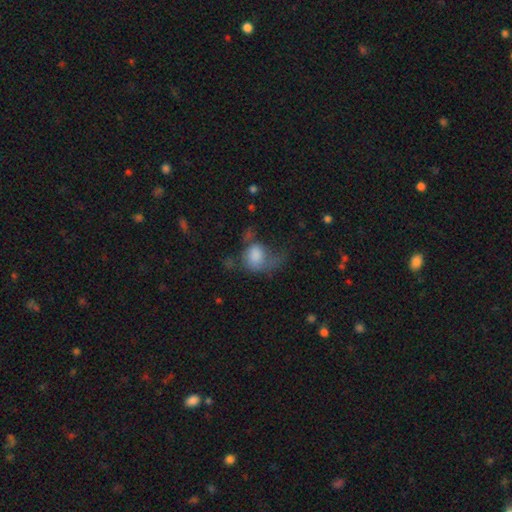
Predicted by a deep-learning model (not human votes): Overall: smooth (66%). How rounded: in between (53%; round 46%). Merging: major disturbance (55%; minor disturbance 18%).